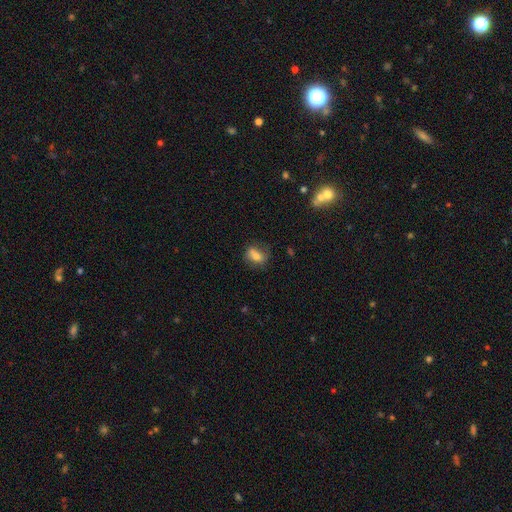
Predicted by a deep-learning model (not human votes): smooth-or-featured: smooth: 69% | featured or disk: 20% | star or artifact: 11%
  how-rounded: in between: 63% | round: 33% | cigar-shaped: 4%
  merging: none: 56% | minor disturbance: 22% | merger: 13% | major disturbance: 8%